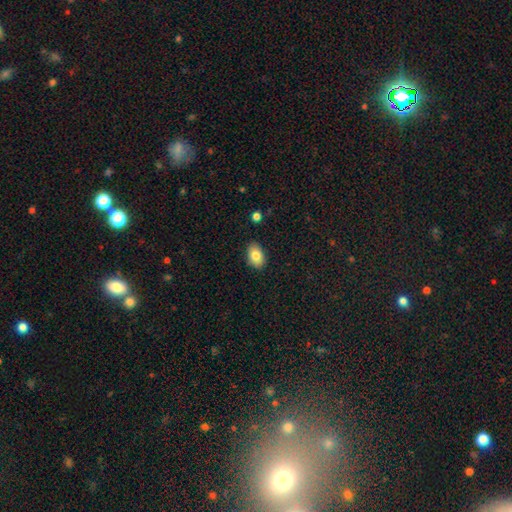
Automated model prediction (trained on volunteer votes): Morphology: type=smooth (82%); roundness=in between (88%); merging=none (87%).